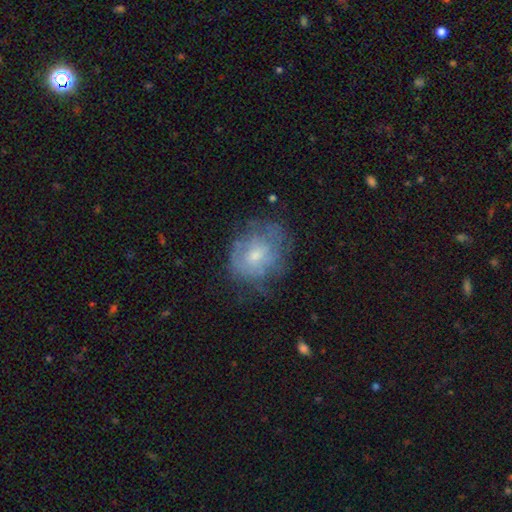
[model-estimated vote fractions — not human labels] smooth_or_featured: featured or disk (p=0.49) [alt: smooth p=0.42]
merging: none (p=0.55) [alt: minor disturbance p=0.26]